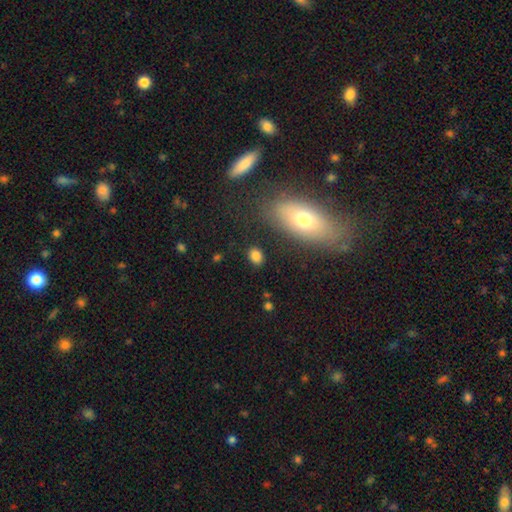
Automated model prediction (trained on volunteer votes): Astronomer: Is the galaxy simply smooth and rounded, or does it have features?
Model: smooth — 83%.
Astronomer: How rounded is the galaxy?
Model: in between — 68%.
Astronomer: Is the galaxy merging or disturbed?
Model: none — 84%.